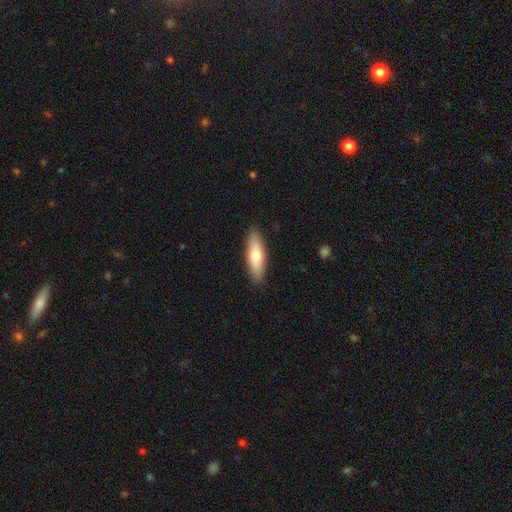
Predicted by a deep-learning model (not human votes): A smooth galaxy with no disk features (69%) that is cigar-shaped (50%). Merging: none (90%).